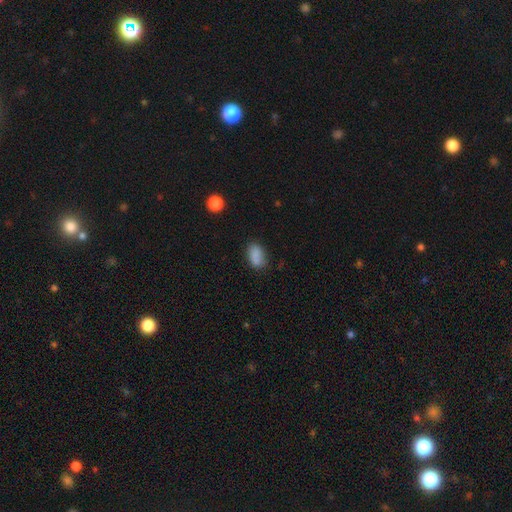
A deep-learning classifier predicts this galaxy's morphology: Q: Smooth or featured?
A: smooth (85%); runner-up: star or artifact (10%)
Q: How rounded?
A: in between (89%); runner-up: round (8%)
Q: Merging?
A: none (75%); runner-up: minor disturbance (19%)